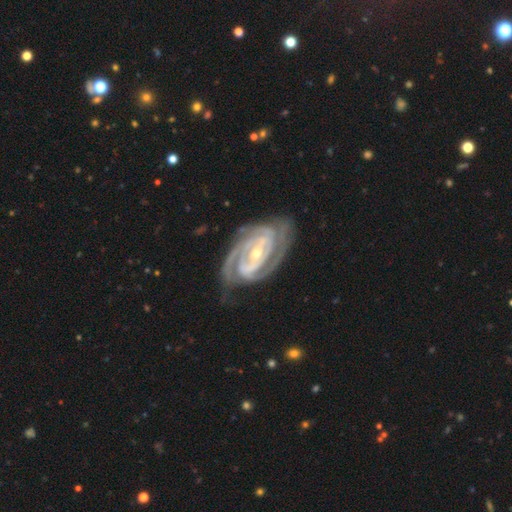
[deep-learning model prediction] Smooth or featured? featured or disk (92%)
Edge-on disk? no (96%)
Bar? strong (48%)
Spiral arms? yes (98%)
Spiral winding? tight (67%)
Spiral arm count? 2 (60%)
Bulge size? small (62%)
Merging? none (76%)